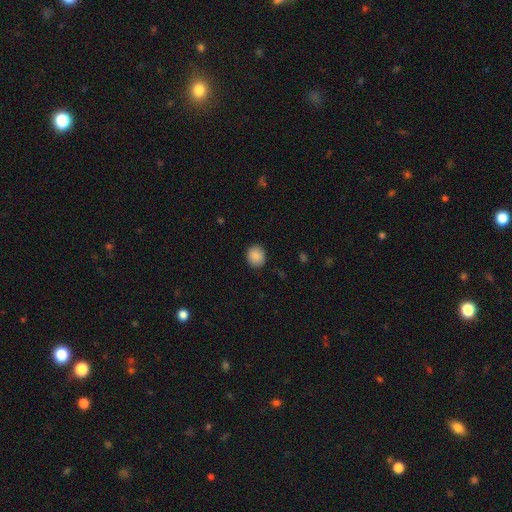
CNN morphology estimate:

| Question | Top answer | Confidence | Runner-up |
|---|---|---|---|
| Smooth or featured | smooth | 89% | star or artifact (8%) |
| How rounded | round | 77% | in between (22%) |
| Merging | none | 89% | minor disturbance (8%) |